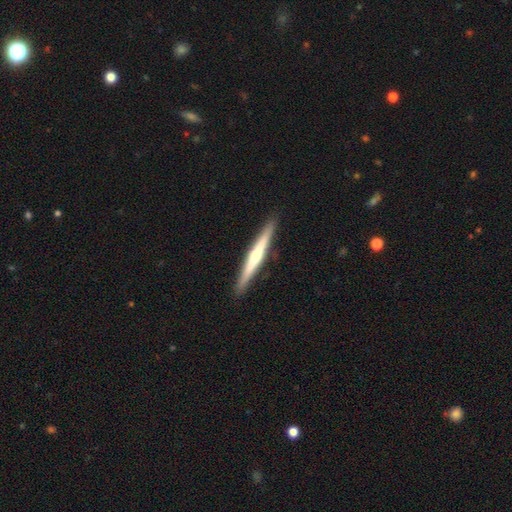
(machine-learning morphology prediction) A featured or disk galaxy (64%) viewed edge-on (98%) with a rounded central bulge (72%). Merging: none (92%).